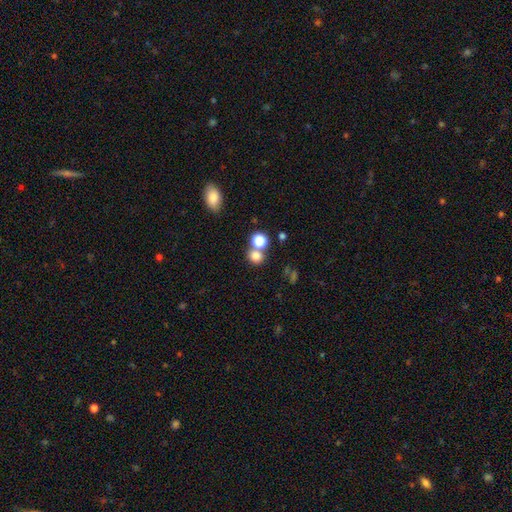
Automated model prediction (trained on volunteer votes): The model was most divided on "merging": none: 55%, merger: 34%, minor disturbance: 8%, major disturbance: 4%. More confident: smooth or featured — smooth (77%); how rounded — round (76%).